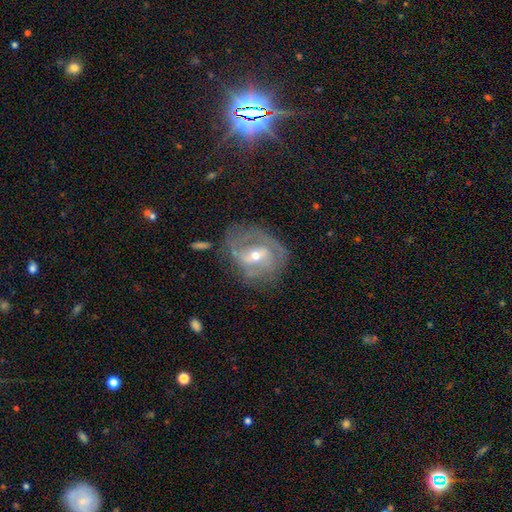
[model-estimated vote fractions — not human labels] smooth_or_featured: featured or disk (p=0.80) [alt: smooth p=0.13]
disk_edge_on: no (p=0.96) [alt: yes p=0.04]
bar: weak (p=0.46) [alt: strong p=0.30]
has_spiral_arms: yes (p=0.82) [alt: no p=0.18]
spiral_winding: medium (p=0.42) [alt: tight p=0.40]
spiral_arm_count: 2 (p=0.50) [alt: can't tell p=0.25]
bulge_size: moderate (p=0.52) [alt: small p=0.44]
merging: none (p=0.54) [alt: minor disturbance p=0.24]